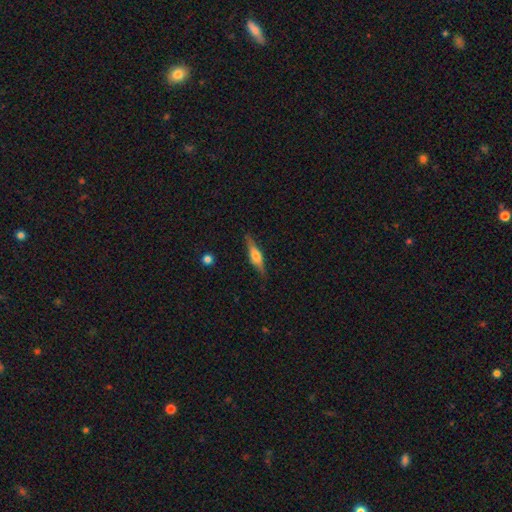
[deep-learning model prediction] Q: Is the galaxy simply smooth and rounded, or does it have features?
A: featured or disk — 59%.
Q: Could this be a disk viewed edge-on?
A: yes — 94%.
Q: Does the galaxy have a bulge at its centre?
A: rounded — 82%.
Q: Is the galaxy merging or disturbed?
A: none — 84%.